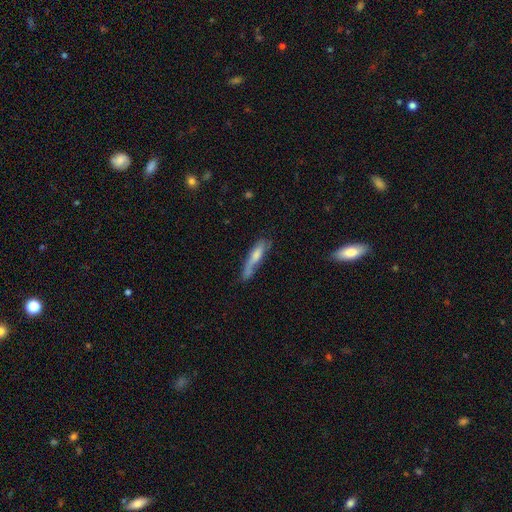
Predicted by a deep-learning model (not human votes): Smooth or featured: smooth — 61% (featured or disk — 33%)
How rounded: cigar-shaped — 81% (in between — 17%)
Merging: none — 49% (minor disturbance — 30%)